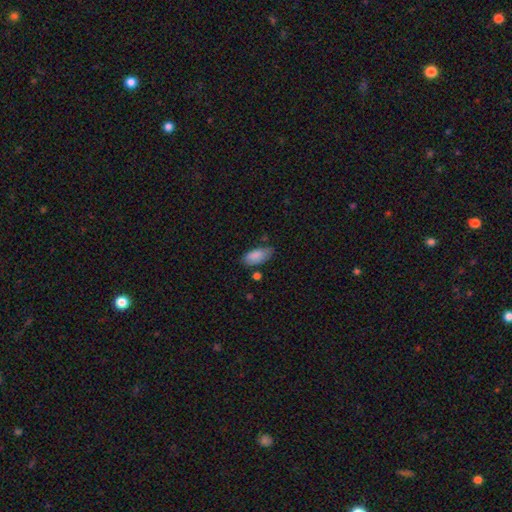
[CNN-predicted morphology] smooth-or-featured: smooth: 86% | featured or disk: 7% | star or artifact: 7%
  how-rounded: in between: 91% | cigar-shaped: 7% | round: 2%
  merging: none: 65% | minor disturbance: 25% | major disturbance: 5% | merger: 5%